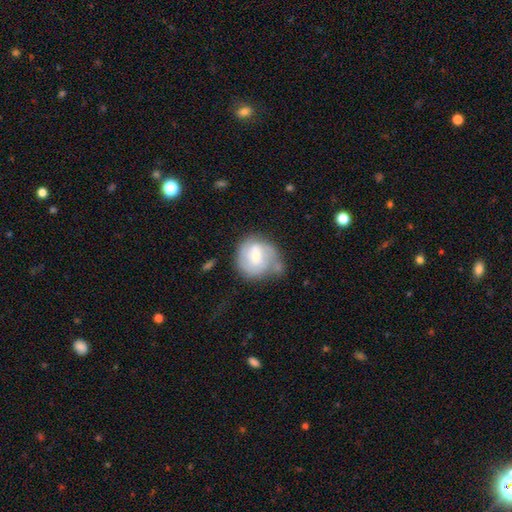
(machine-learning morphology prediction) smooth_or_featured: featured or disk (p=0.56) [alt: smooth p=0.38]
disk_edge_on: no (p=0.97) [alt: yes p=0.03]
bar: weak (p=0.52) [alt: no p=0.36]
has_spiral_arms: yes (p=0.73) [alt: no p=0.27]
bulge_size: moderate (p=0.53) [alt: small p=0.40]
merging: none (p=0.45) [alt: minor disturbance p=0.30]